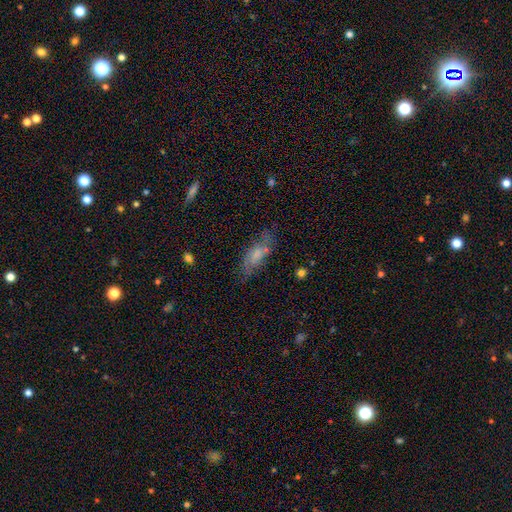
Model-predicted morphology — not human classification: Smooth or featured? smooth (44%)
Merging? none (62%)